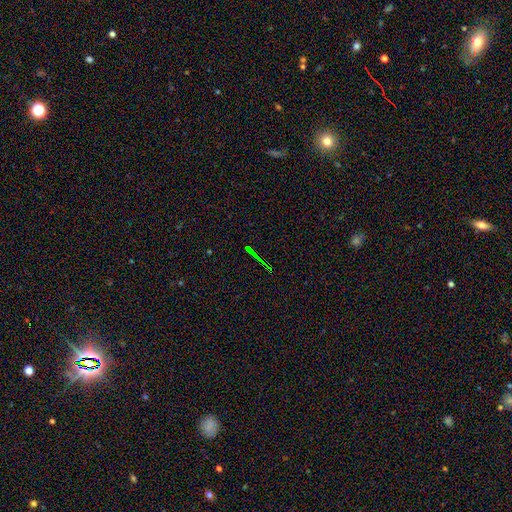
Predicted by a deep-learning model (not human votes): Smooth or featured: star or artifact — 69% (smooth — 15%)